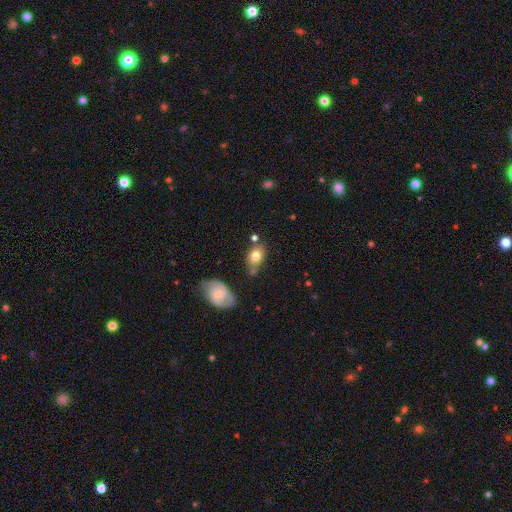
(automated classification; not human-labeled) Smooth or featured?
  - smooth: 73% *
  - featured or disk: 18%
  - star or artifact: 9%
How rounded?
  - in between: 71% *
  - round: 27%
  - cigar-shaped: 2%
Merging?
  - none: 61% *
  - minor disturbance: 20%
  - merger: 13%
  - major disturbance: 5%